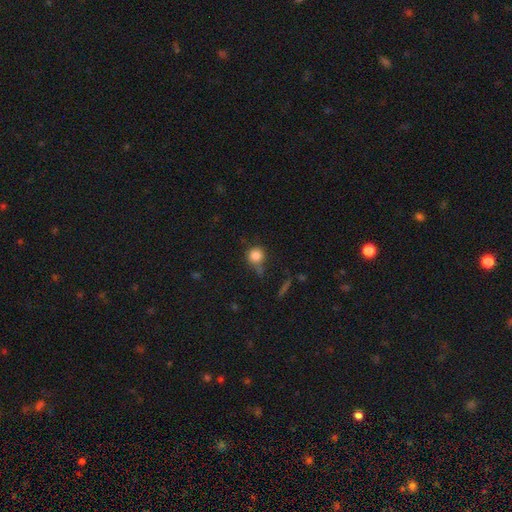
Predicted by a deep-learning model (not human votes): This is clearly a smooth galaxy (83%). How rounded: clearly round (90%). Merging: possibly none (59%).